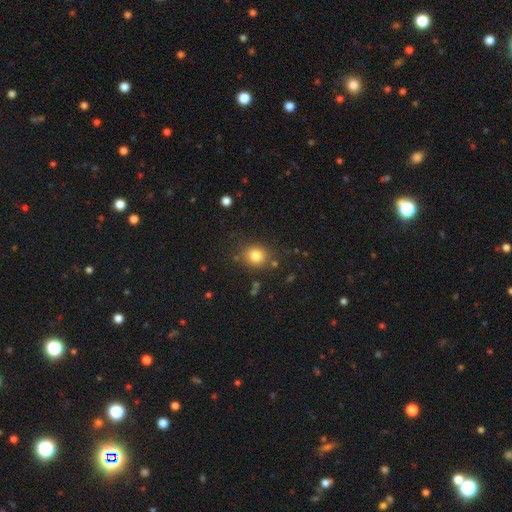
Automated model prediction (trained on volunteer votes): Smooth or featured: smooth — 81% (star or artifact — 12%)
How rounded: round — 79% (in between — 20%)
Merging: none — 82% (minor disturbance — 11%)